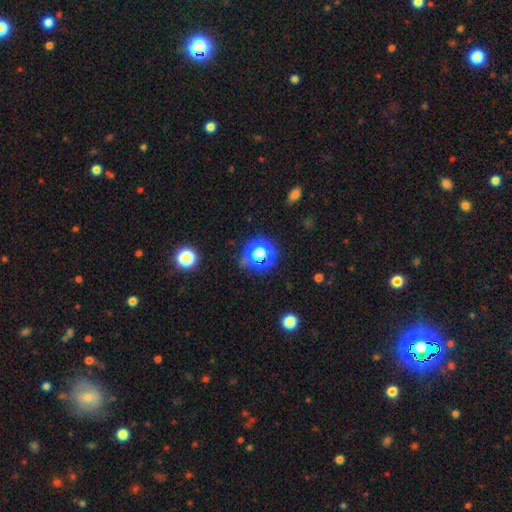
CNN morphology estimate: Smooth or featured? Predicted: star or artifact (p=0.69).